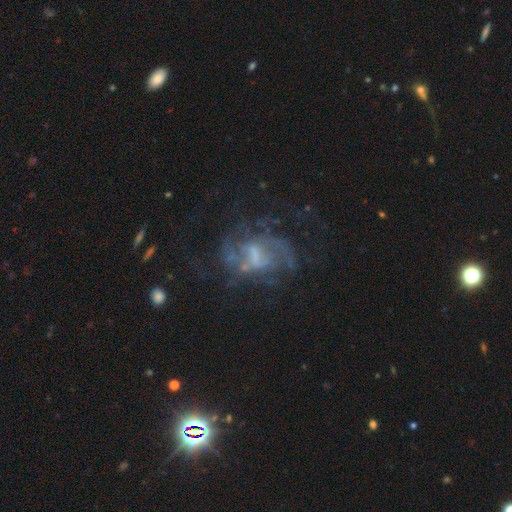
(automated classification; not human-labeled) This is likely a featured or disk galaxy (75%). It is clearly not viewed edge-on (97%). Bar: possibly weak (50%). Spiral arm pattern: likely yes (73%). Spiral arm count: marginally can't tell (39%). Spiral winding: marginally medium (43%). Central bulge: marginally small (34%). Merging: possibly none (48%).